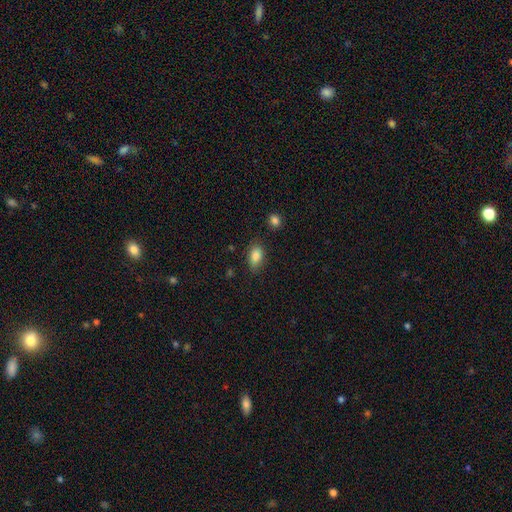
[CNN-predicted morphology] Smooth or featured: smooth — 85% (star or artifact — 8%)
How rounded: in between — 87% (round — 10%)
Merging: none — 81% (minor disturbance — 13%)